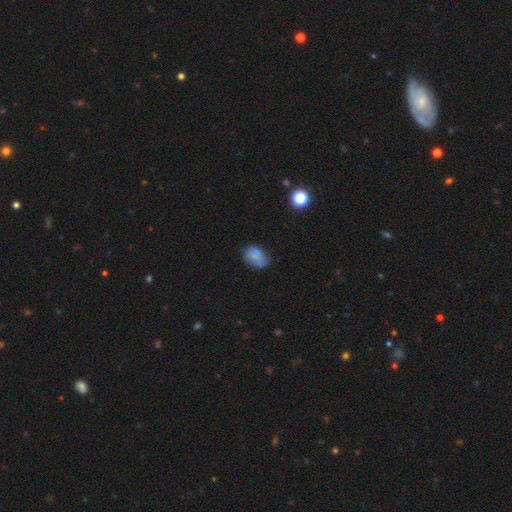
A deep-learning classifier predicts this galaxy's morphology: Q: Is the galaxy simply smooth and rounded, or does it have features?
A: smooth — 71%.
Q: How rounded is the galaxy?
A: in between — 82%.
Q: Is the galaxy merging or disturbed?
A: none — 61%.